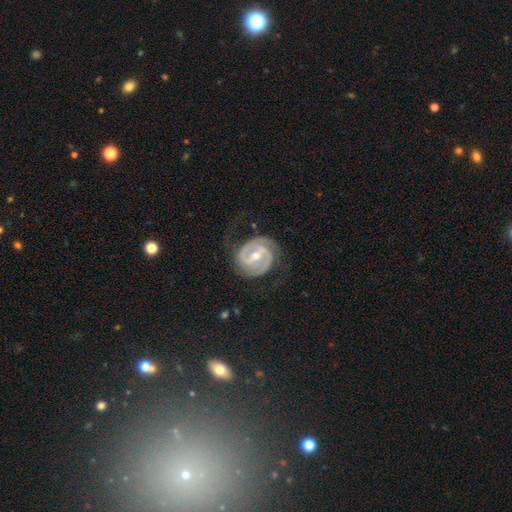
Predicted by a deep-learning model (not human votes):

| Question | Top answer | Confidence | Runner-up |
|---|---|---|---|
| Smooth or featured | featured or disk | 89% | smooth (6%) |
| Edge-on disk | no | 97% | yes (3%) |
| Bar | strong | 47% | weak (40%) |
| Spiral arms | yes | 96% | no (4%) |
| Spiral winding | tight | 55% | medium (36%) |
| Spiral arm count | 2 | 81% | 3 (7%) |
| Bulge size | moderate | 52% | small (46%) |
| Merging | none | 73% | minor disturbance (17%) |